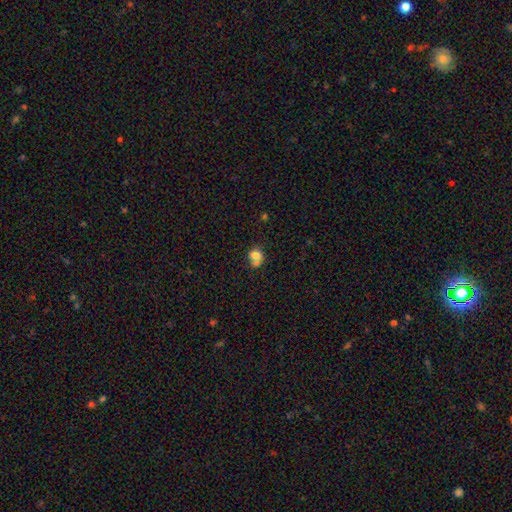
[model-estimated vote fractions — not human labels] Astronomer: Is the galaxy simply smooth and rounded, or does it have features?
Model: smooth — 74%.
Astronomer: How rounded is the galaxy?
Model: round — 69%.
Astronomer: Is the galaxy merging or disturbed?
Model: merger — 44% (runner-up: none, 37%).